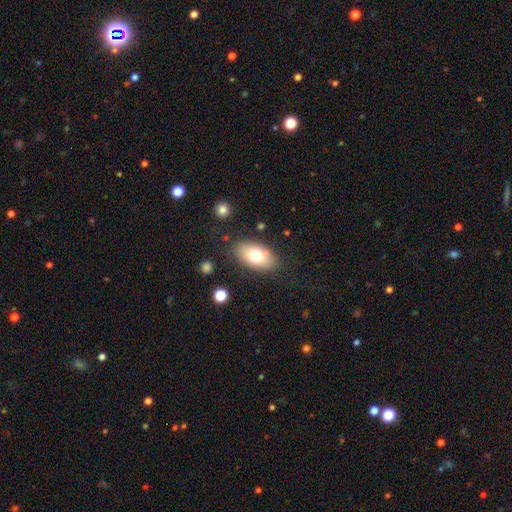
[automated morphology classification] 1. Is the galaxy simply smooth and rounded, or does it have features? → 72% smooth, 20% featured or disk, 8% star or artifact.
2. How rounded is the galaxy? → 91% in between, 6% round, 3% cigar-shaped.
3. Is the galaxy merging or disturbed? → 80% none, 13% minor disturbance, 4% major disturbance, 2% merger.